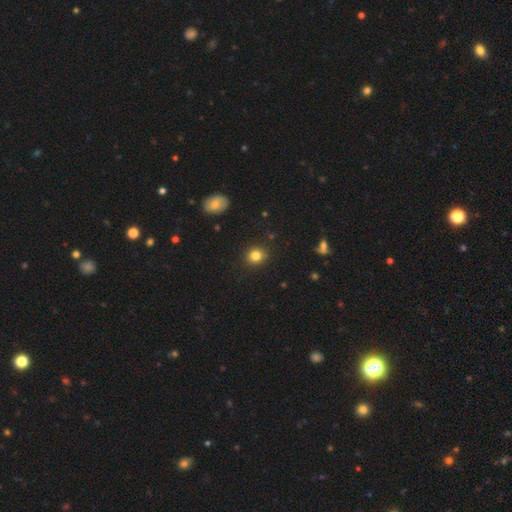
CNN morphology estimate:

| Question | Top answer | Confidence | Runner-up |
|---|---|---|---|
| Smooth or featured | smooth | 83% | star or artifact (11%) |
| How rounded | round | 81% | in between (18%) |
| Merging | none | 88% | minor disturbance (8%) |